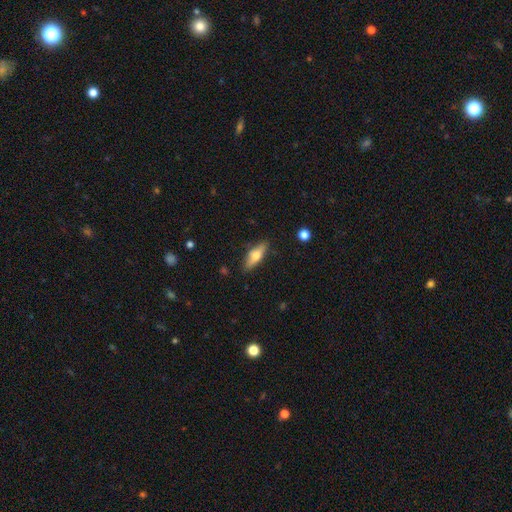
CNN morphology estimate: A smooth galaxy with no disk features (58%) that is in between round and cigar-shaped (53%).

Vote fractions:
- Smooth or featured? smooth: 58% / featured or disk: 36% / star or artifact: 7%
- How rounded? in between: 53% / cigar-shaped: 44% / round: 3%
- Merging? none: 82% / minor disturbance: 13% / major disturbance: 3% / merger: 2%